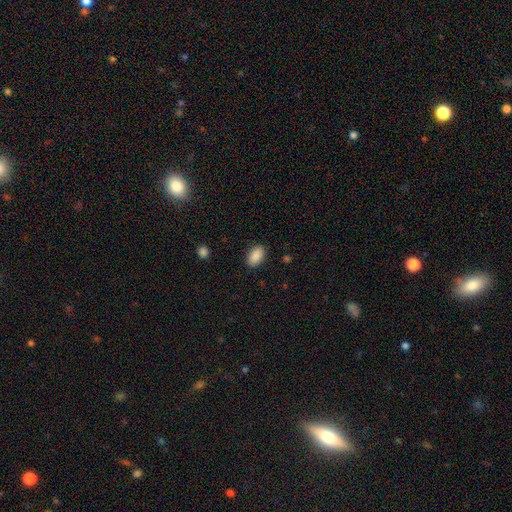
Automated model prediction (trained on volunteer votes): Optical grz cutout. It shows a smooth galaxy with no disk features (89%) that is in between round and cigar-shaped (92%). Merging: none (88%).